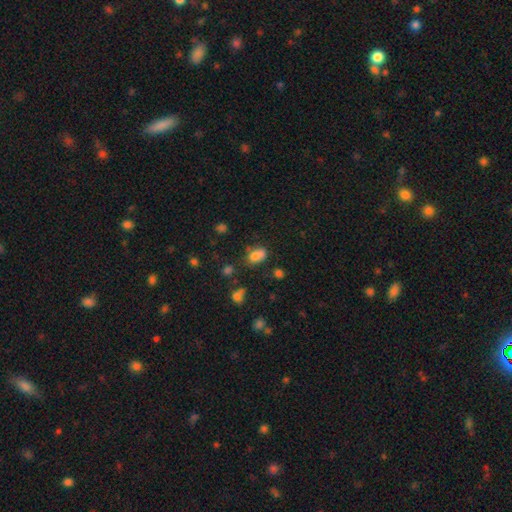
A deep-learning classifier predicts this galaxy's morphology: smooth 74%, star or artifact 14%, featured or disk 11%. Down the decision tree: how rounded — in between (70%); merging — none (43%).